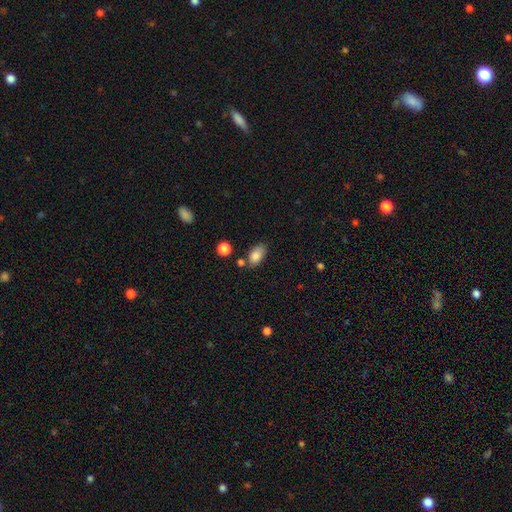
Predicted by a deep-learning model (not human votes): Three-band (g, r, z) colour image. It shows a smooth galaxy with no disk features (84%) that is in between round and cigar-shaped (90%). Merging: none (69%).